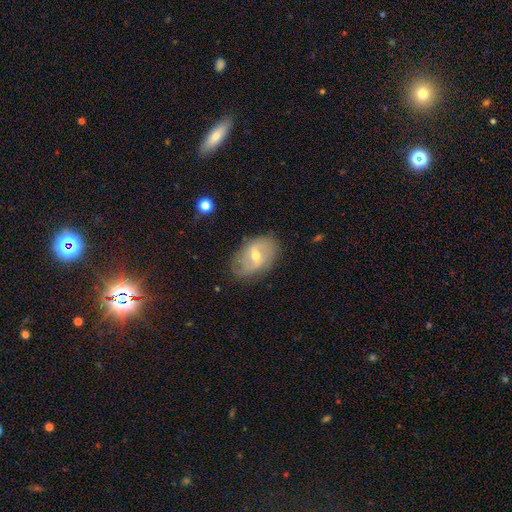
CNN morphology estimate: Q: Smooth or featured?
A: featured or disk (66%); runner-up: smooth (27%)
Q: Edge-on disk?
A: no (94%); runner-up: yes (6%)
Q: Bar?
A: weak (56%); runner-up: strong (24%)
Q: Spiral arms?
A: yes (74%); runner-up: no (26%)
Q: Bulge size?
A: moderate (57%); runner-up: small (39%)
Q: Merging?
A: none (75%); runner-up: minor disturbance (18%)